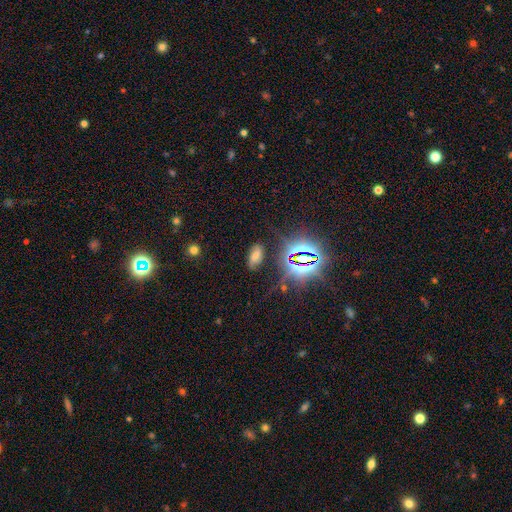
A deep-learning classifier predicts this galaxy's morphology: A smooth galaxy with no disk features (47%).

Vote fractions:
- Smooth or featured? smooth: 47% / star or artifact: 34% / featured or disk: 19%
- Merging? none: 75% / minor disturbance: 16% / major disturbance: 7% / merger: 3%